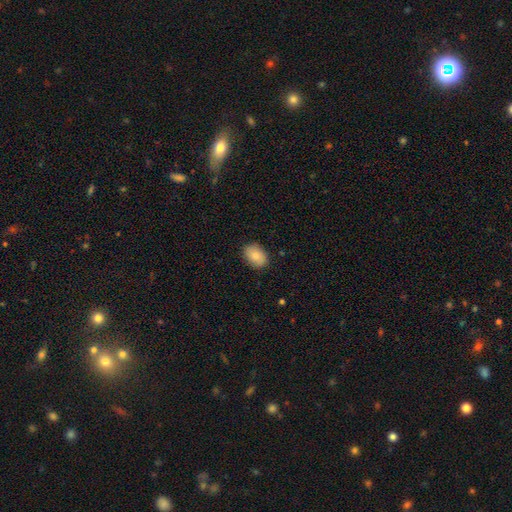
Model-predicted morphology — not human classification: Smooth or featured: smooth — 84% (featured or disk — 9%)
How rounded: in between — 79% (round — 20%)
Merging: none — 87% (minor disturbance — 10%)